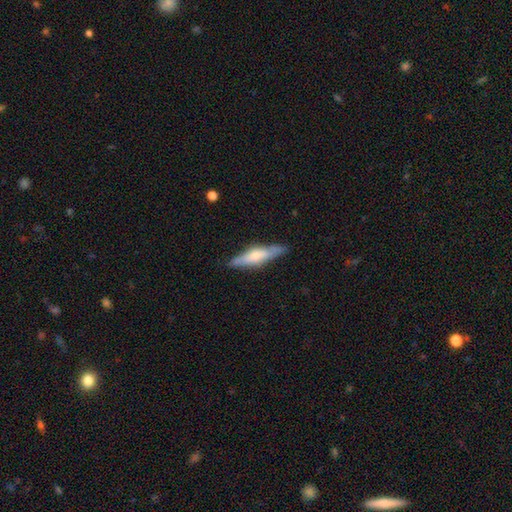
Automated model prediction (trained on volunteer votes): A smooth galaxy with no disk features (48%). Merging: none (82%).